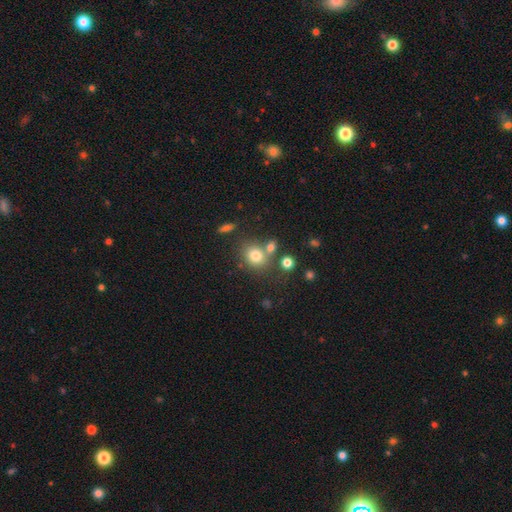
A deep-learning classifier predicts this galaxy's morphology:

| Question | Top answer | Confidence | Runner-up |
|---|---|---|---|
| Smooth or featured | smooth | 78% | star or artifact (12%) |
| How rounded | round | 69% | in between (30%) |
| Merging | none | 62% | merger (21%) |